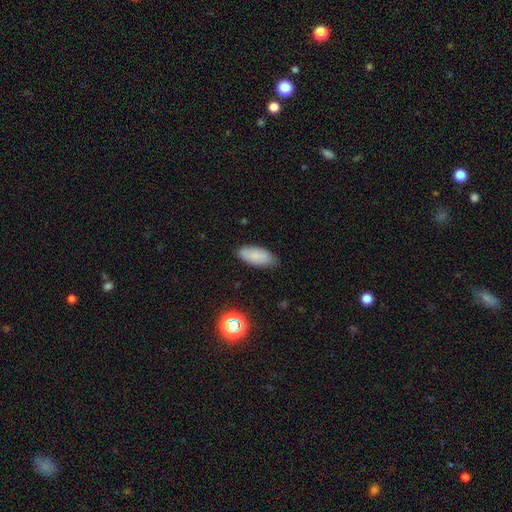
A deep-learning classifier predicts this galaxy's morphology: A smooth galaxy with no disk features (82%) that is in between round and cigar-shaped (87%).

Vote fractions:
- Smooth or featured? smooth: 82% / featured or disk: 10% / star or artifact: 8%
- How rounded? in between: 87% / cigar-shaped: 11% / round: 2%
- Merging? none: 79% / minor disturbance: 17% / major disturbance: 3% / merger: 1%